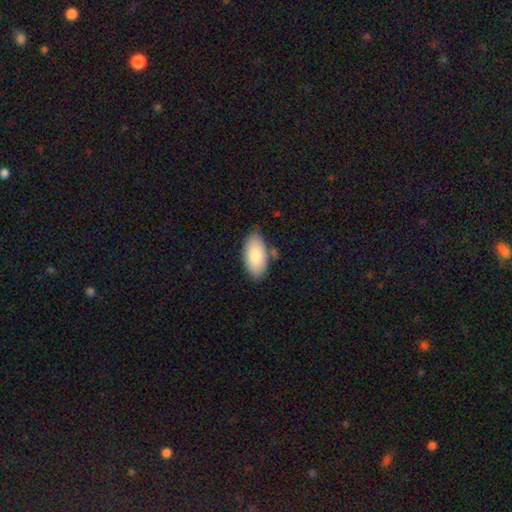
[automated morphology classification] This is clearly a smooth galaxy (82%). How rounded: clearly in between (94%). Merging: likely none (76%).